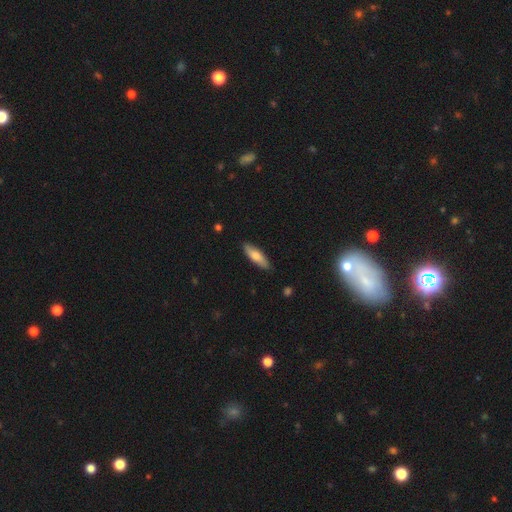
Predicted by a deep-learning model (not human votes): Smooth or featured?
  - smooth: 71% *
  - featured or disk: 23%
  - star or artifact: 6%
How rounded?
  - cigar-shaped: 54% *
  - in between: 44%
  - round: 2%
Merging?
  - none: 87% *
  - minor disturbance: 10%
  - major disturbance: 2%
  - merger: 1%